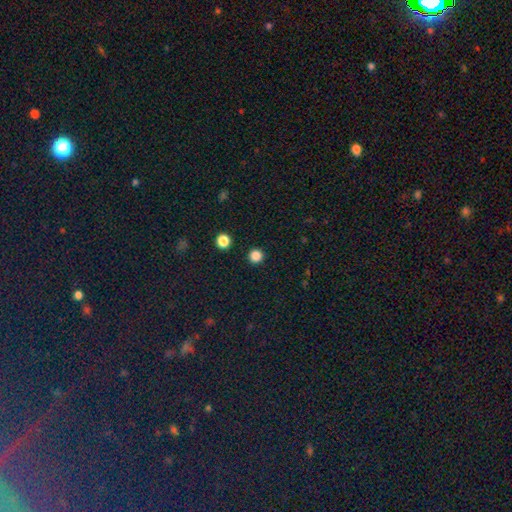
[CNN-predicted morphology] smooth_or_featured: smooth (p=0.85) [alt: star or artifact p=0.13]
how_rounded: round (p=0.95) [alt: in between p=0.04]
merging: none (p=0.92) [alt: minor disturbance p=0.04]